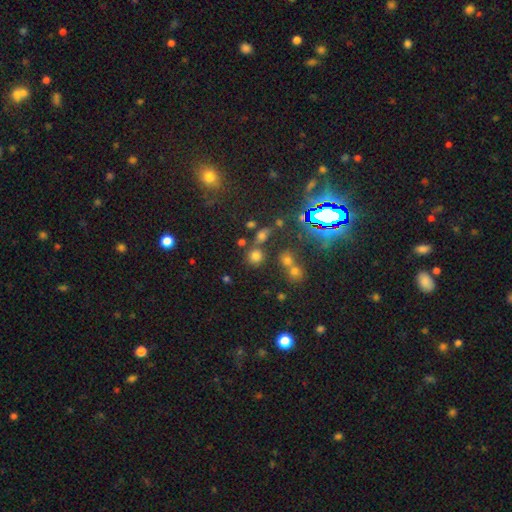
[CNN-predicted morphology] A smooth galaxy with no disk features (64%) that is round (87%). Merging: none (72%).